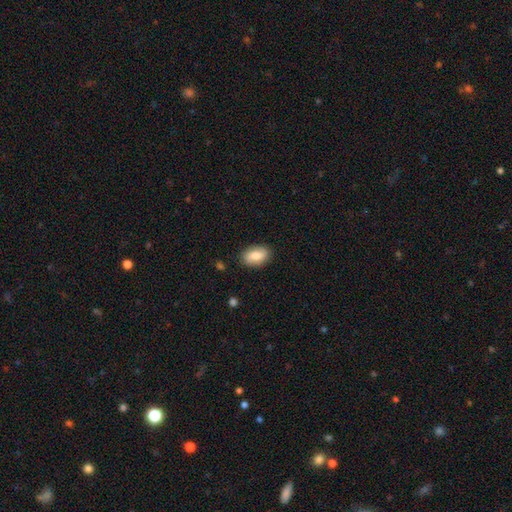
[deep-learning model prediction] Overall: smooth (74%). How rounded: in between (90%). Merging: none (86%).